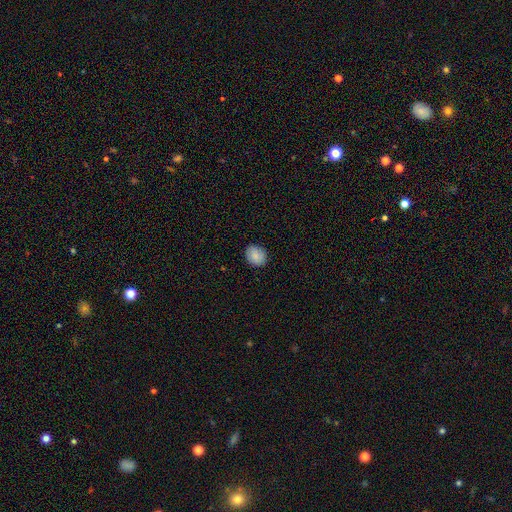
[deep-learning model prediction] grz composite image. It shows a smooth galaxy with no disk features (86%) that is round (58%). Merging: none (86%).